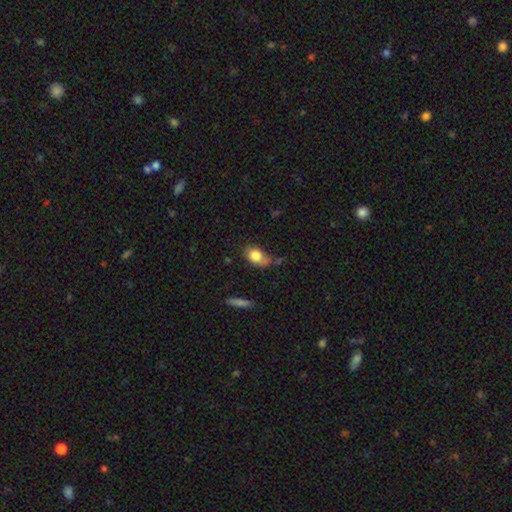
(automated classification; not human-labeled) smooth 81%, featured or disk 12%, star or artifact 8%. Down the decision tree: how rounded — in between (75%); merging — none (45%).